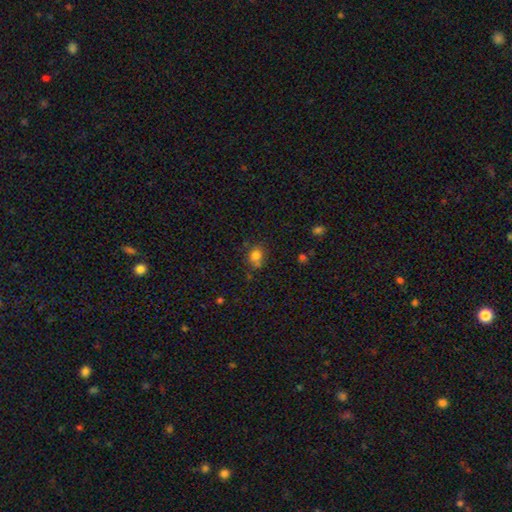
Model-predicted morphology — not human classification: This is likely a smooth galaxy (79%). How rounded: likely round (72%). Merging: likely none (64%).